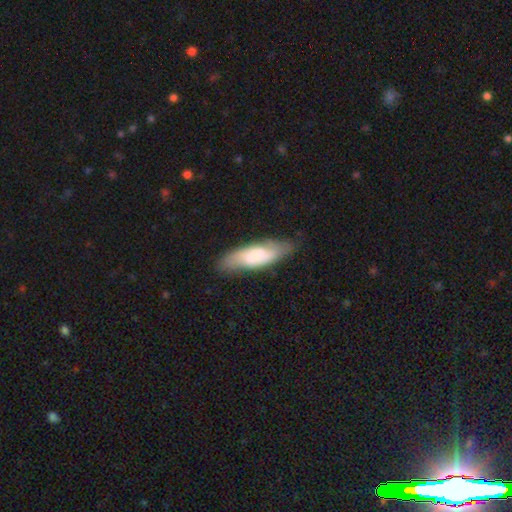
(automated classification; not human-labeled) A smooth galaxy with no disk features (59%) that is in between round and cigar-shaped (51%).

Vote fractions:
- Smooth or featured? smooth: 59% / featured or disk: 35% / star or artifact: 6%
- How rounded? in between: 51% / cigar-shaped: 47% / round: 2%
- Merging? none: 76% / minor disturbance: 18% / major disturbance: 4% / merger: 2%